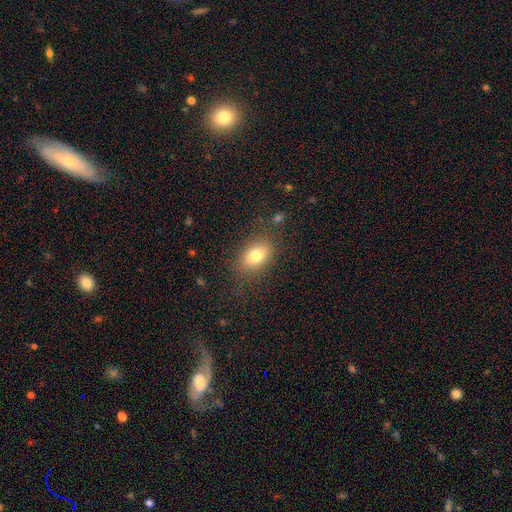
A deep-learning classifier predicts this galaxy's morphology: smooth-or-featured: smooth: 79% | featured or disk: 11% | star or artifact: 10%
  how-rounded: in between: 83% | round: 15% | cigar-shaped: 2%
  merging: none: 80% | minor disturbance: 13% | major disturbance: 5% | merger: 2%